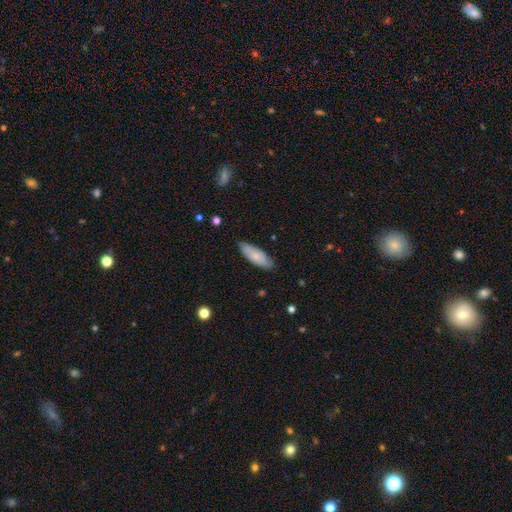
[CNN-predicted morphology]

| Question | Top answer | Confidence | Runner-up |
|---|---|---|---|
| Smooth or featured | smooth | 76% | featured or disk (19%) |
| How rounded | in between | 65% | cigar-shaped (33%) |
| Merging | none | 81% | minor disturbance (16%) |